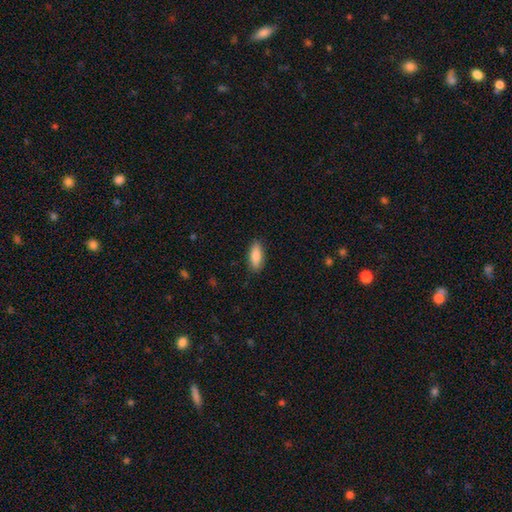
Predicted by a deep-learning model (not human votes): Overall: smooth (83%). How rounded: in between (74%). Merging: none (87%).